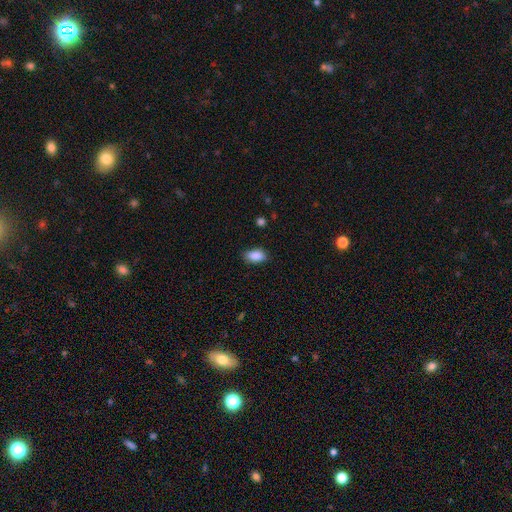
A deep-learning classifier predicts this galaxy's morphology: smooth_or_featured: smooth (p=0.88) [alt: star or artifact p=0.08]
how_rounded: in between (p=0.90) [alt: round p=0.05]
merging: none (p=0.81) [alt: minor disturbance p=0.15]